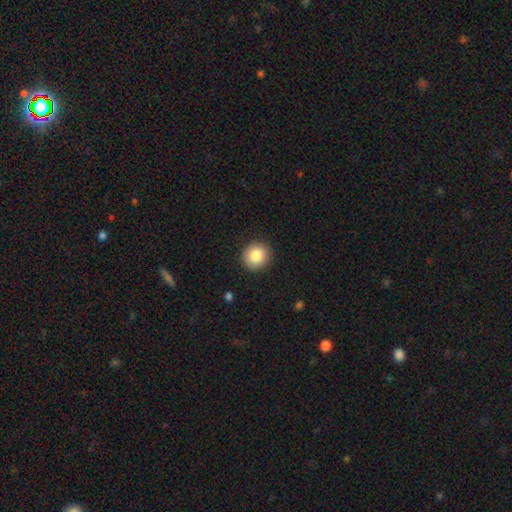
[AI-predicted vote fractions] The model was most divided on "how rounded": round: 85%, in between: 14%, cigar-shaped: 1%. More confident: merging — none (90%); smooth or featured — smooth (85%).